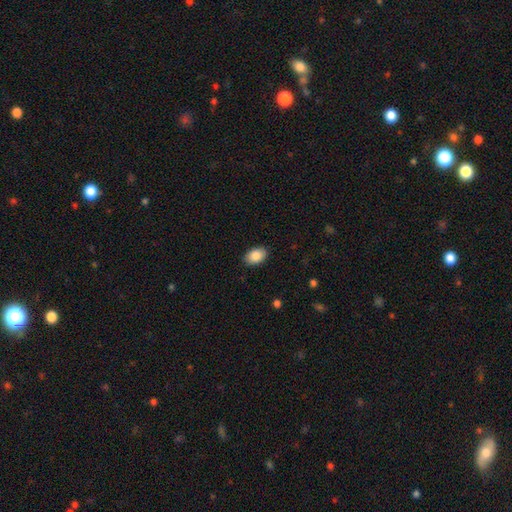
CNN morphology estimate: smooth-or-featured: smooth: 87% | star or artifact: 7% | featured or disk: 6%
  how-rounded: in between: 88% | round: 11% | cigar-shaped: 1%
  merging: none: 89% | minor disturbance: 8% | major disturbance: 2% | merger: 1%